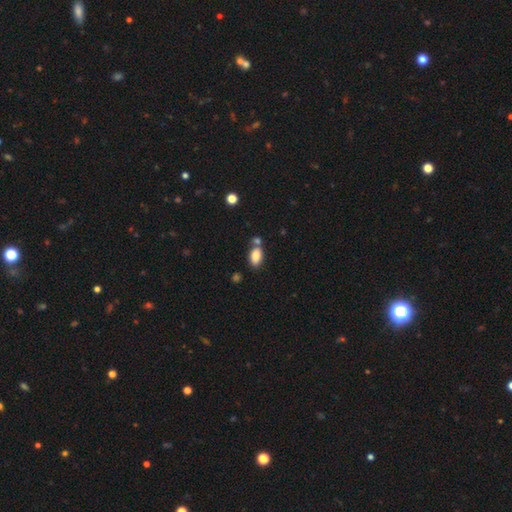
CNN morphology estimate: smooth-or-featured: smooth: 85% | star or artifact: 8% | featured or disk: 6%
  how-rounded: in between: 91% | round: 5% | cigar-shaped: 3%
  merging: none: 61% | merger: 22% | minor disturbance: 13% | major disturbance: 4%